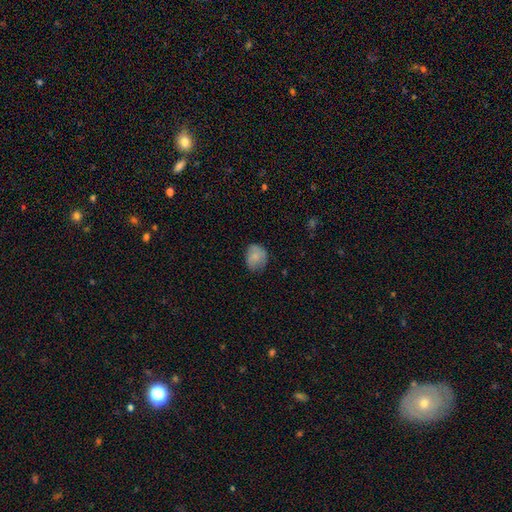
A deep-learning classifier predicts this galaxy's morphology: Overall: smooth (81%). How rounded: round (58%; in between 41%). Merging: none (66%; minor disturbance 26%).